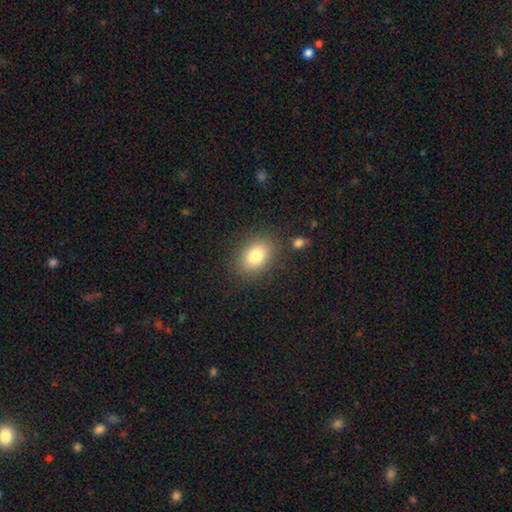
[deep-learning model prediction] smooth 81%, featured or disk 10%, star or artifact 9%. Down the decision tree: how rounded — in between (73%); merging — none (84%).